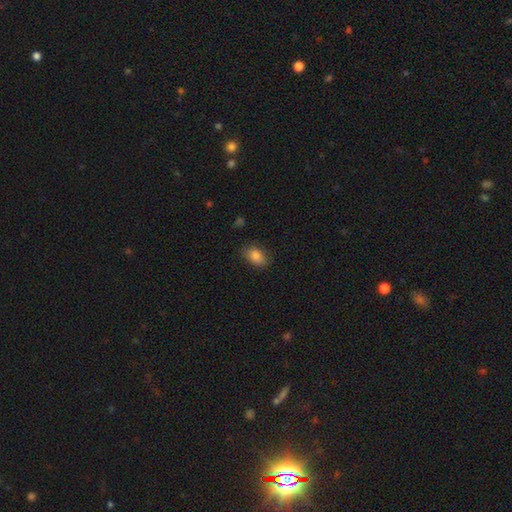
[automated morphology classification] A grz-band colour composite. It shows a smooth galaxy with no disk features (85%) that is in between round and cigar-shaped (84%). Merging: none (81%).